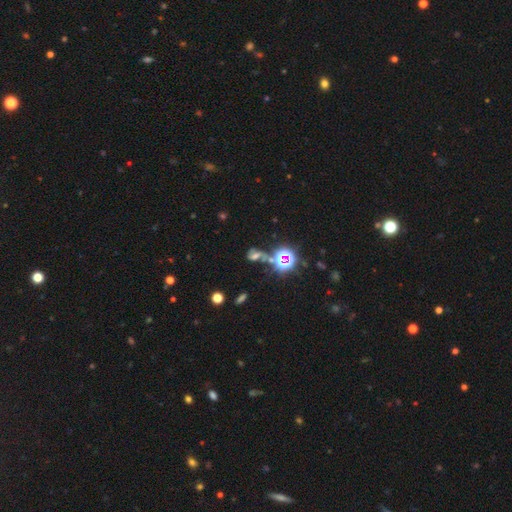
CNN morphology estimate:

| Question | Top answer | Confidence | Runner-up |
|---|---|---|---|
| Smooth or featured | star or artifact | 52% | smooth (28%) |